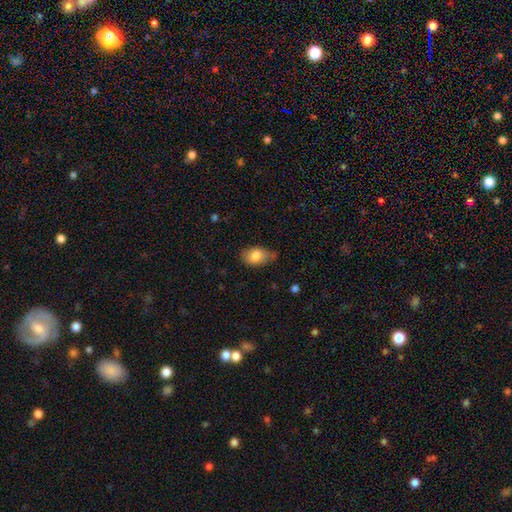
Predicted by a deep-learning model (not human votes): Smooth or featured: smooth — 82% (featured or disk — 11%)
How rounded: in between — 87% (round — 11%)
Merging: none — 57% (minor disturbance — 33%)